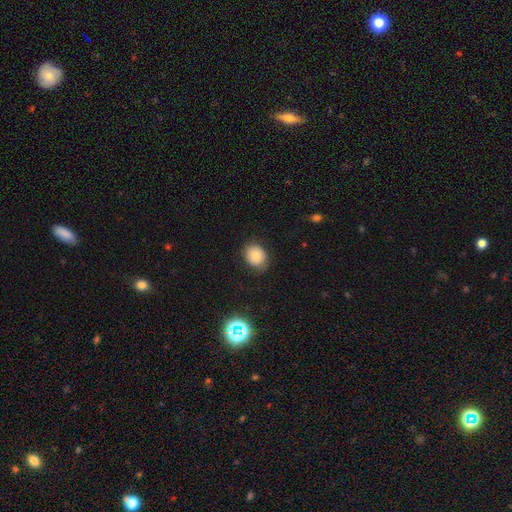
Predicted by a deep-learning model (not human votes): Smooth or featured?
  - smooth: 79% *
  - star or artifact: 11%
  - featured or disk: 10%
How rounded?
  - round: 58% *
  - in between: 42%
  - cigar-shaped: 1%
Merging?
  - none: 80% *
  - minor disturbance: 15%
  - major disturbance: 4%
  - merger: 1%